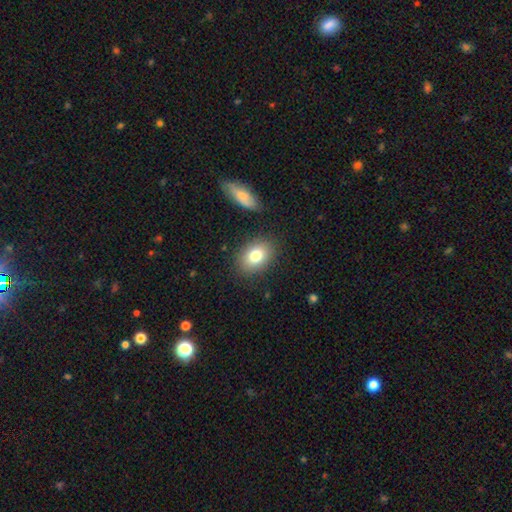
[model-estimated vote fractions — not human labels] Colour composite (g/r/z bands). It shows a smooth galaxy with no disk features (78%) that is in between round and cigar-shaped (74%). Merging: none (84%).